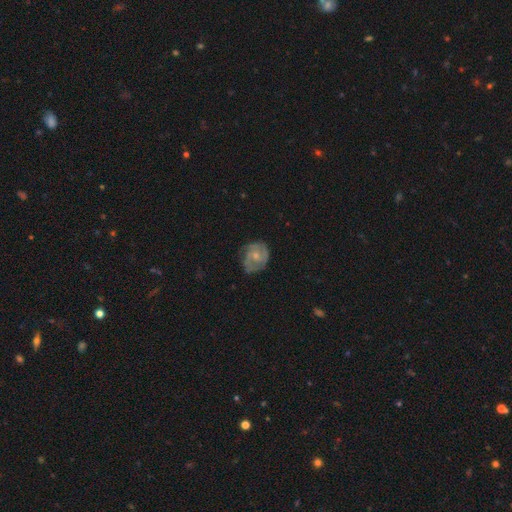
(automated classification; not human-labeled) smooth-or-featured: featured or disk: 71% | smooth: 22% | star or artifact: 7%
  disk-edge-on: no: 98% | yes: 2%
    bar: no: 73% | weak: 24% | strong: 3%
    has-spiral-arms: yes: 89% | no: 11%
      spiral-winding: tight: 51% | medium: 39% | loose: 11%
      spiral-arm-count: 2: 36% | 3: 25% | can't tell: 25% | 4: 5% | 1: 4% | more than 4: 4%
    bulge-size: small: 61% | moderate: 33% | none: 4% | large: 1% | dominant: 1%
  merging: none: 66% | minor disturbance: 23% | major disturbance: 9% | merger: 1%